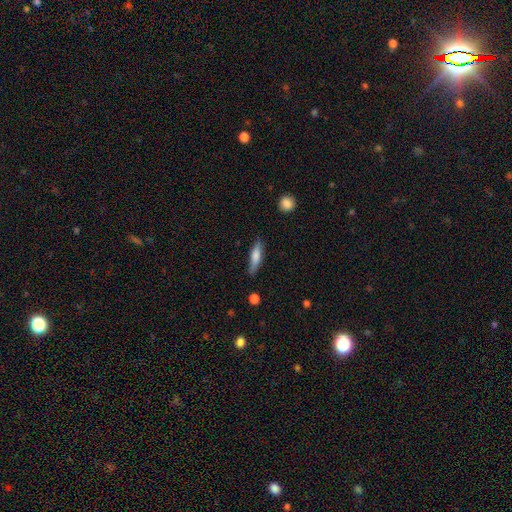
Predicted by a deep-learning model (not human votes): Smooth or featured? smooth (70%)
How rounded? cigar-shaped (72%)
Merging? none (76%)